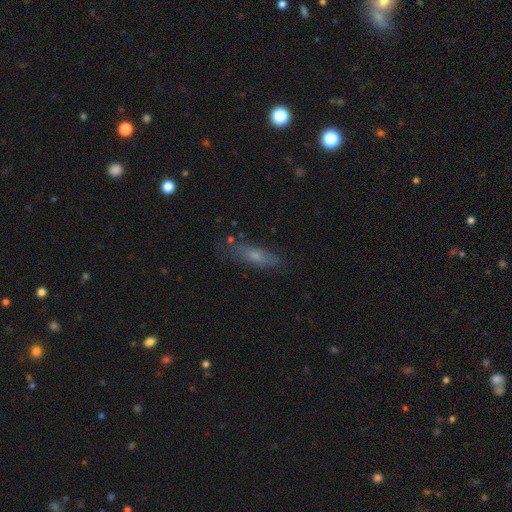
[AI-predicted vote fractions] A smooth galaxy with no disk features (58%) that is cigar-shaped (60%).

Vote fractions:
- Smooth or featured? smooth: 58% / featured or disk: 31% / star or artifact: 11%
- How rounded? cigar-shaped: 60% / in between: 37% / round: 3%
- Merging? none: 72% / minor disturbance: 19% / major disturbance: 6% / merger: 3%